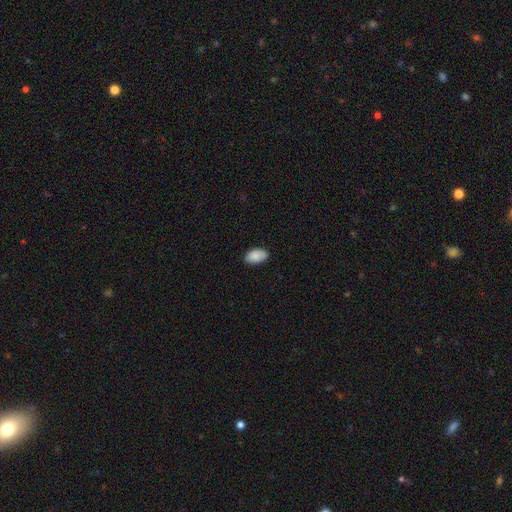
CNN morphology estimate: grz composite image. It shows a smooth galaxy with no disk features (87%) that is in between round and cigar-shaped (94%). Merging: none (83%).